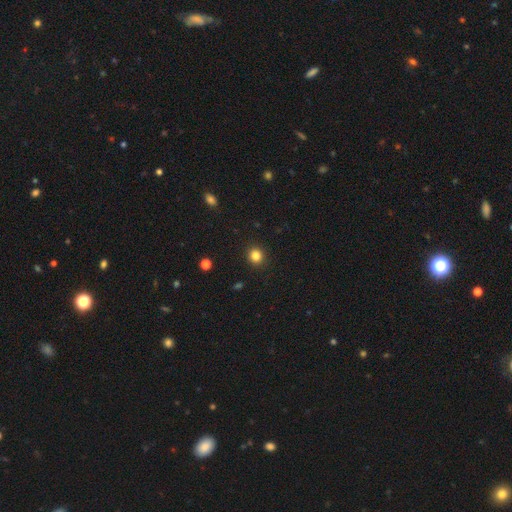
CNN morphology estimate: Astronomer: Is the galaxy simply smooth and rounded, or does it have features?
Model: smooth — 83%.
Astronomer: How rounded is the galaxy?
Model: round — 89%.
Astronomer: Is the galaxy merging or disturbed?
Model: none — 92%.